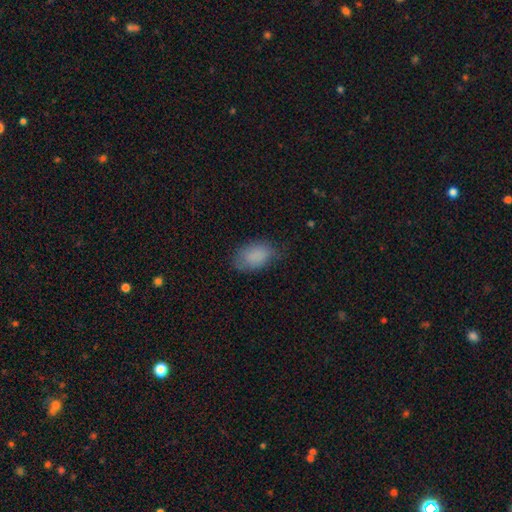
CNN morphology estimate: A smooth galaxy with no disk features (85%) that is in between round and cigar-shaped (90%). Merging: none (68%).